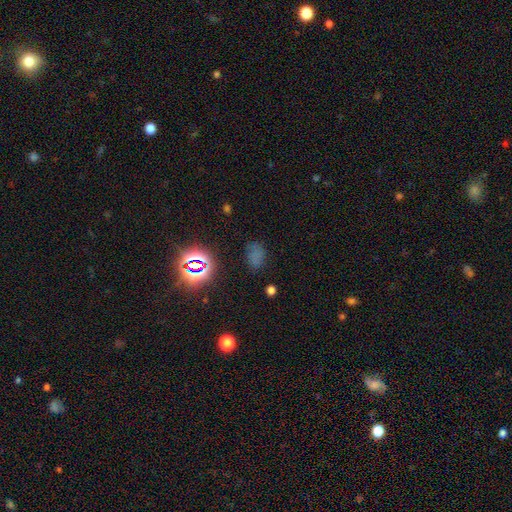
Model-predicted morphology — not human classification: Smooth or featured? Predicted: smooth (p=0.54). How rounded? Predicted: in between (p=0.73). Merging? Predicted: none (p=0.68).